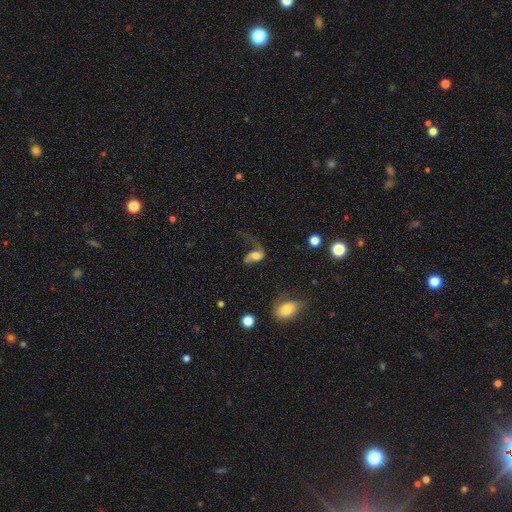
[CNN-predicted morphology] The model was most divided on "bulge size": moderate: 45%, large: 23%, small: 20%, none: 9%, dominant: 5%. More confident: edge-on disk — no (95%); spiral arms — yes (78%); bar — no (61%); smooth or featured — featured or disk (60%); merging — major disturbance (51%).